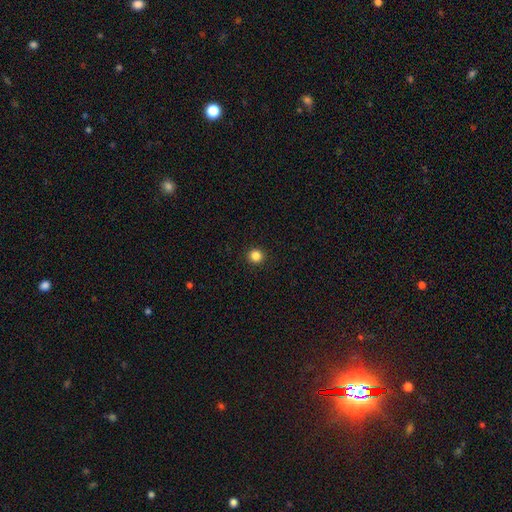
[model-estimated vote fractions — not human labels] The model was most divided on "smooth or featured": smooth: 85%, star or artifact: 12%, featured or disk: 3%. More confident: how rounded — round (95%); merging — none (93%).